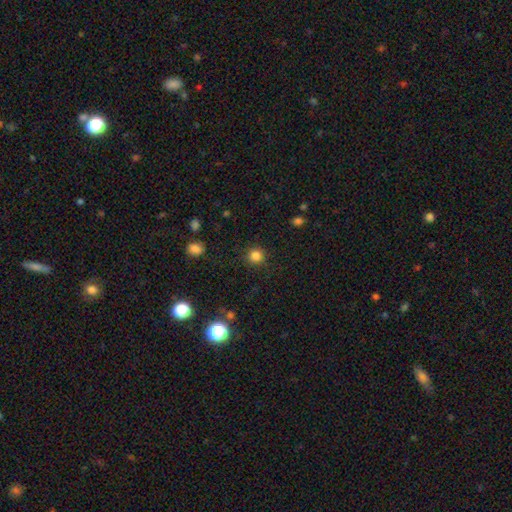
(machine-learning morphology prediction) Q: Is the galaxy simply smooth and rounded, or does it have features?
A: smooth — 82%.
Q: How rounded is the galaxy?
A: round — 94%.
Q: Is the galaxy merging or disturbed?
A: none — 90%.